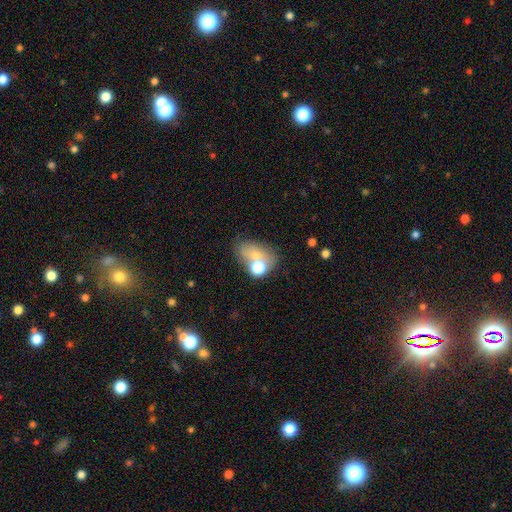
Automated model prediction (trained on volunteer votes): Smooth or featured?
  - smooth: 63% *
  - featured or disk: 22%
  - star or artifact: 15%
How rounded?
  - in between: 72% *
  - round: 26%
  - cigar-shaped: 2%
Merging?
  - none: 37% *
  - merger: 31%
  - minor disturbance: 18%
  - major disturbance: 14%